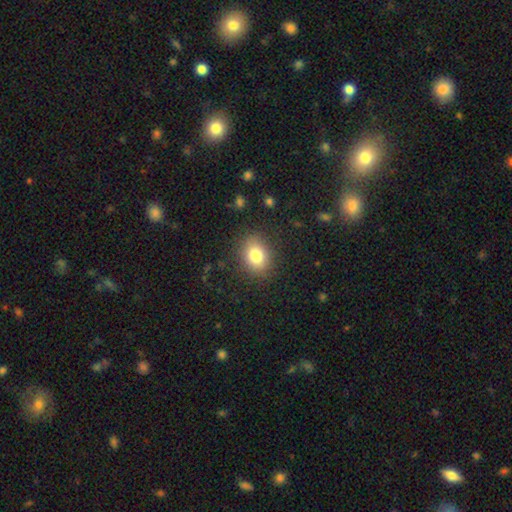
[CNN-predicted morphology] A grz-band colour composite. It shows a smooth galaxy with no disk features (80%) that is in between round and cigar-shaped (51%). Merging: none (86%).